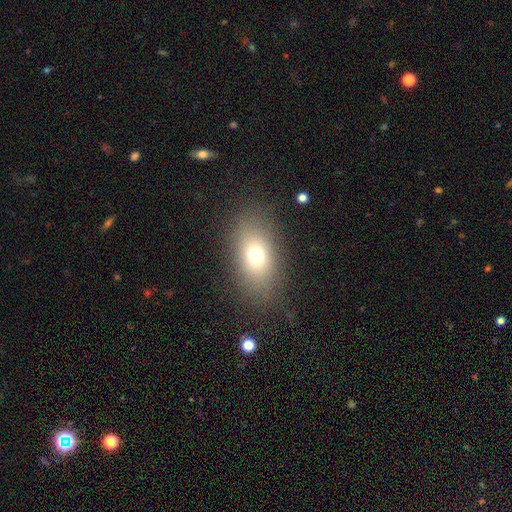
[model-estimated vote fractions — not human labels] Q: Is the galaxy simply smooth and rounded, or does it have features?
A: smooth — 71%.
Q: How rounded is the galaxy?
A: in between — 79%.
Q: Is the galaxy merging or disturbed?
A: none — 82%.